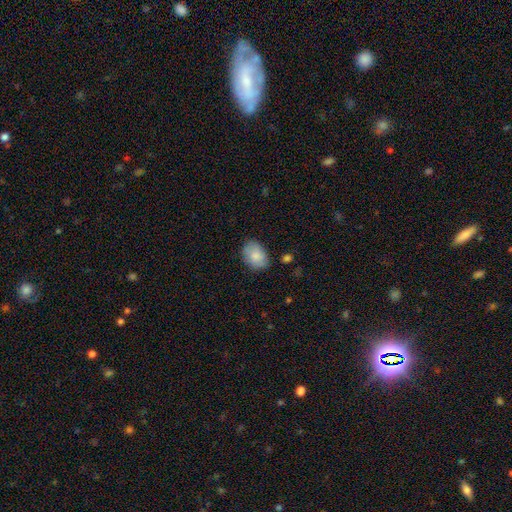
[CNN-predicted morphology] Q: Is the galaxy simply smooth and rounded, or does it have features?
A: smooth — 83%.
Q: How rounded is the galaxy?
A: in between — 76%.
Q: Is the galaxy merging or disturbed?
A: none — 76%.